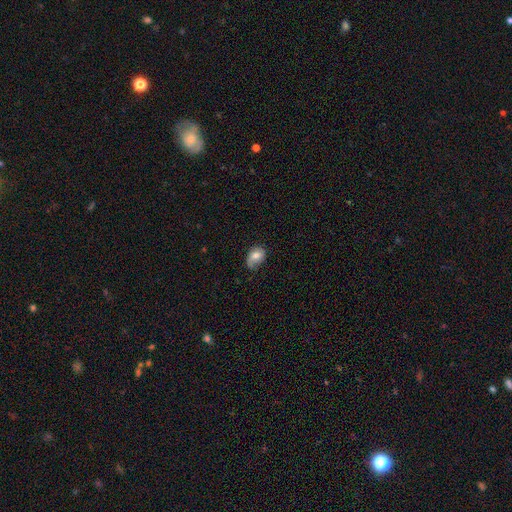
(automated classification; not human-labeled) A smooth galaxy with no disk features (67%) that is in between round and cigar-shaped (74%).

Vote fractions:
- Smooth or featured? smooth: 67% / featured or disk: 25% / star or artifact: 8%
- How rounded? in between: 74% / round: 24% / cigar-shaped: 1%
- Merging? none: 50% / minor disturbance: 36% / major disturbance: 12% / merger: 2%